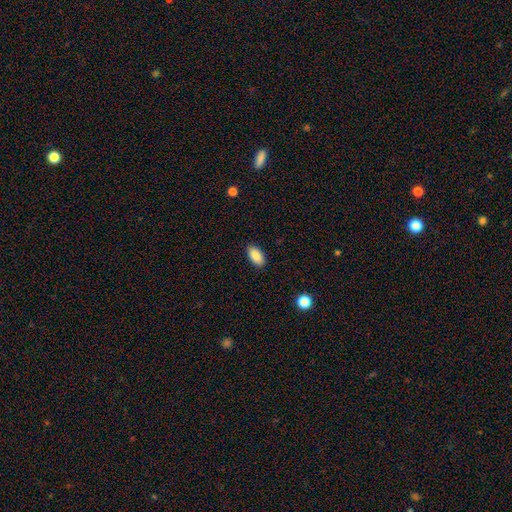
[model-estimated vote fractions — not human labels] Overall: smooth (89%). How rounded: in between (93%). Merging: none (89%).